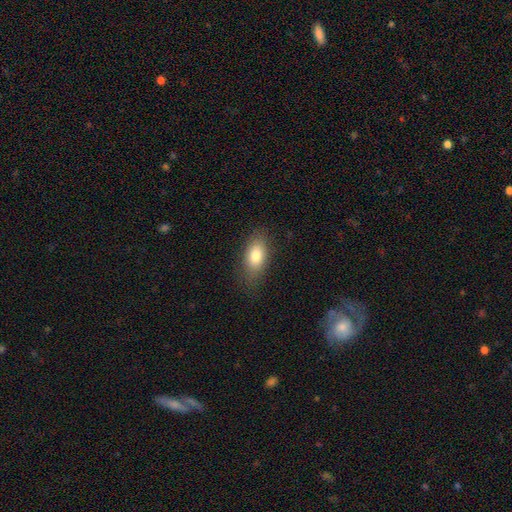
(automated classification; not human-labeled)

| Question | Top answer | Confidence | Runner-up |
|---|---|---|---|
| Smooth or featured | smooth | 79% | featured or disk (13%) |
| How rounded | in between | 87% | cigar-shaped (7%) |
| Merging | none | 80% | minor disturbance (15%) |